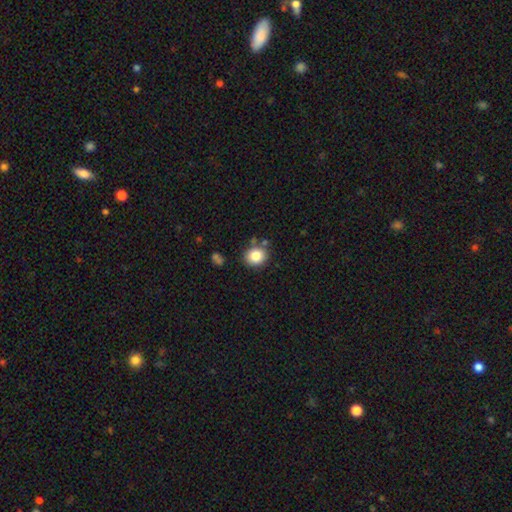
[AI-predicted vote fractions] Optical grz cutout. It shows a smooth galaxy with no disk features (82%) that is round (77%). Merging: none (79%).